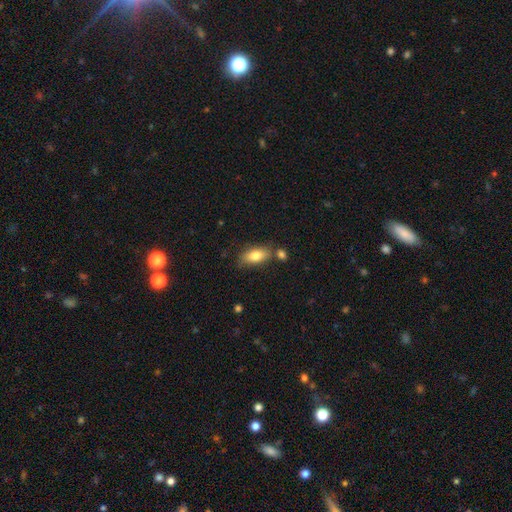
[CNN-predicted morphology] smooth 78%, featured or disk 14%, star or artifact 7%. Down the decision tree: how rounded — in between (85%); merging — none (67%).